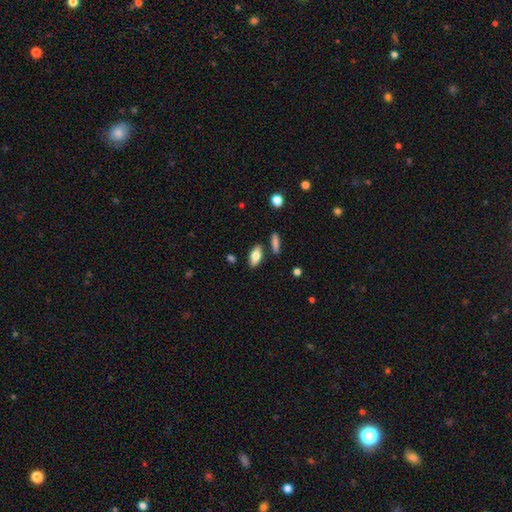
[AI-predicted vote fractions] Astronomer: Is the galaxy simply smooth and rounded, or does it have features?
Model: smooth — 77%.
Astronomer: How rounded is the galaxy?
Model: in between — 86%.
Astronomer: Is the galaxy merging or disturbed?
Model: none — 81%.